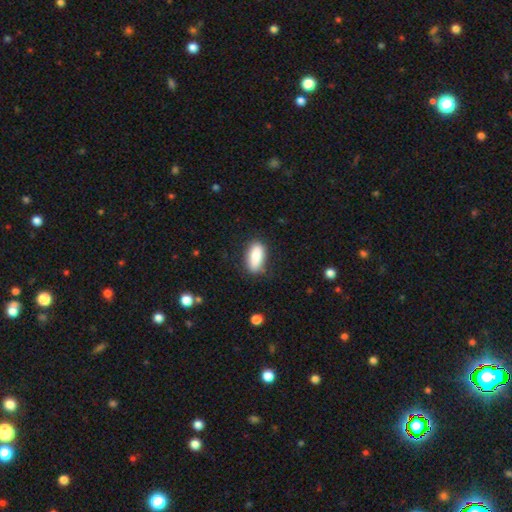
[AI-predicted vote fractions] This is clearly a smooth galaxy (84%). How rounded: clearly in between (83%). Merging: likely none (80%).